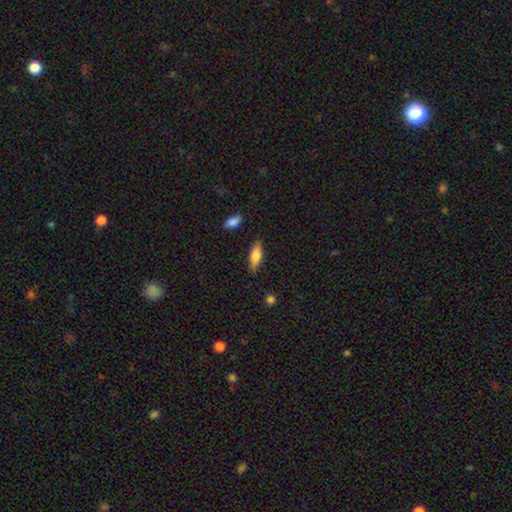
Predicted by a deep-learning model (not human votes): Morphology: type=smooth (65%); roundness=in between (57%); merging=none (83%).